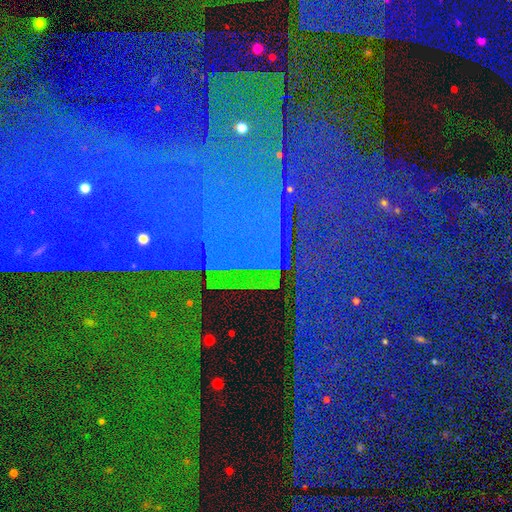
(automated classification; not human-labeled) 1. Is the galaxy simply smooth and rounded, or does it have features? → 87% star or artifact, 7% featured or disk, 6% smooth.